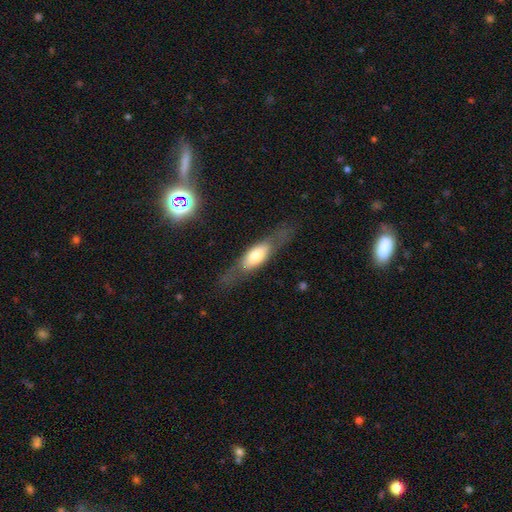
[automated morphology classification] Smooth or featured? featured or disk (47%)
Merging? none (72%)